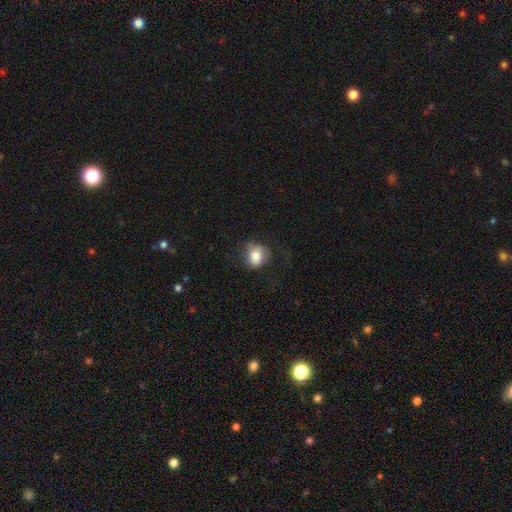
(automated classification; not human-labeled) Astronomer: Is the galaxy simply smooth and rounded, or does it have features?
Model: smooth — 81%.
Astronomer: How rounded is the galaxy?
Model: round — 69%.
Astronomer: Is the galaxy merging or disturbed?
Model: none — 63%.